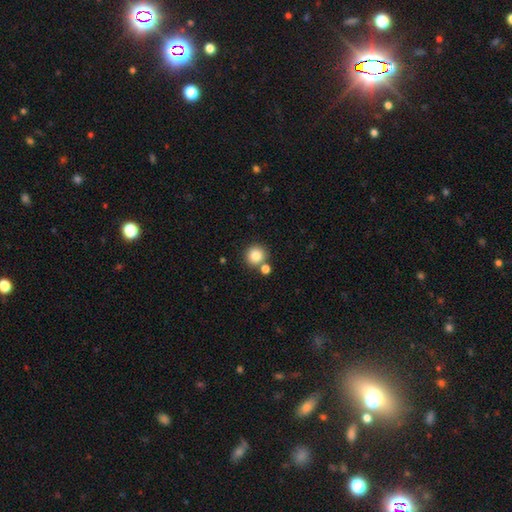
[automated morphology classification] Smooth or featured?
  - smooth: 84% *
  - star or artifact: 10%
  - featured or disk: 6%
How rounded?
  - round: 92% *
  - in between: 7%
  - cigar-shaped: 1%
Merging?
  - none: 74% *
  - merger: 17%
  - minor disturbance: 7%
  - major disturbance: 2%